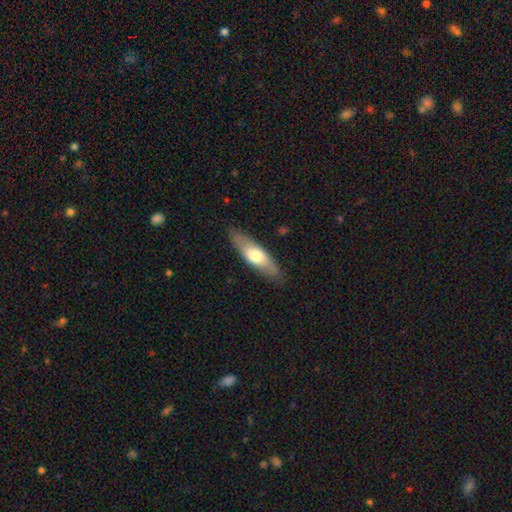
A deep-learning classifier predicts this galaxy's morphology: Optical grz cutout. It shows a smooth galaxy with no disk features (58%) that is in between round and cigar-shaped (51%). Merging: none (85%).